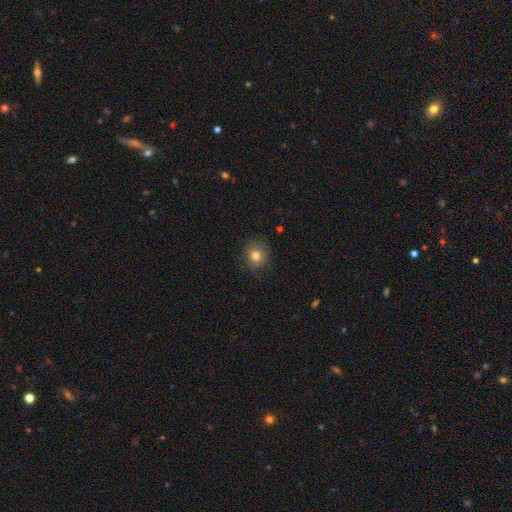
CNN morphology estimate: Smooth or featured? Predicted: smooth (p=0.80). How rounded? Predicted: round (p=0.82). Merging? Predicted: none (p=0.84).